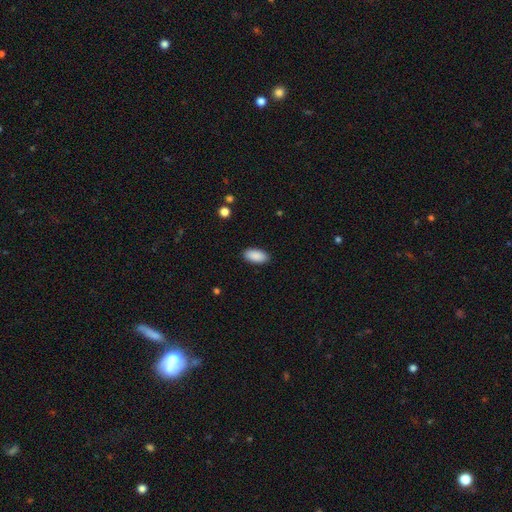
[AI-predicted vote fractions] Q: Smooth or featured?
A: smooth (90%); runner-up: star or artifact (6%)
Q: How rounded?
A: in between (93%); runner-up: cigar-shaped (5%)
Q: Merging?
A: none (89%); runner-up: minor disturbance (8%)